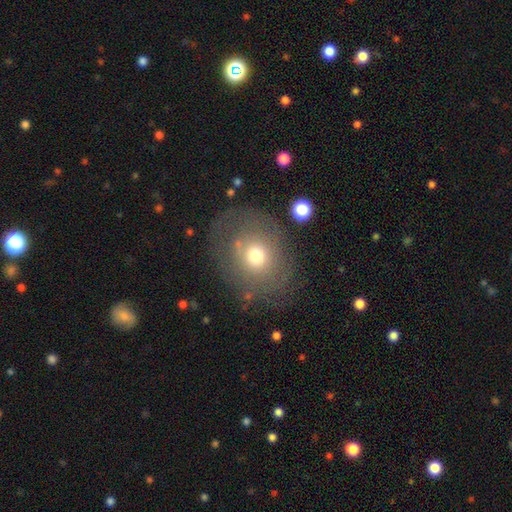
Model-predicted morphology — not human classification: The model was most divided on "how rounded": round: 62%, in between: 37%, cigar-shaped: 1%. More confident: merging — none (63%); smooth or featured — smooth (58%).